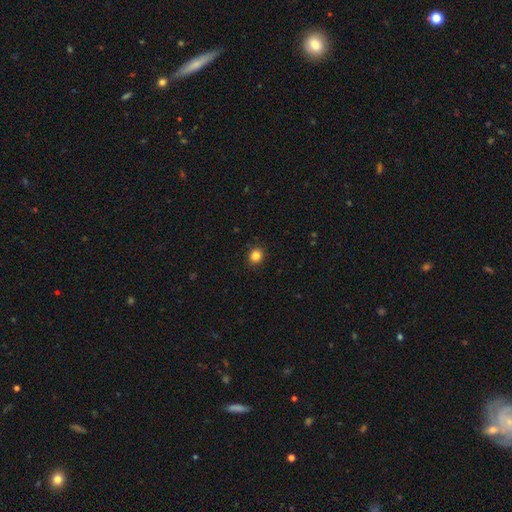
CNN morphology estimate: A smooth galaxy with no disk features (84%) that is round (81%).

Vote fractions:
- Smooth or featured? smooth: 84% / star or artifact: 12% / featured or disk: 4%
- How rounded? round: 81% / in between: 18% / cigar-shaped: 1%
- Merging? none: 91% / minor disturbance: 7% / major disturbance: 2% / merger: 1%